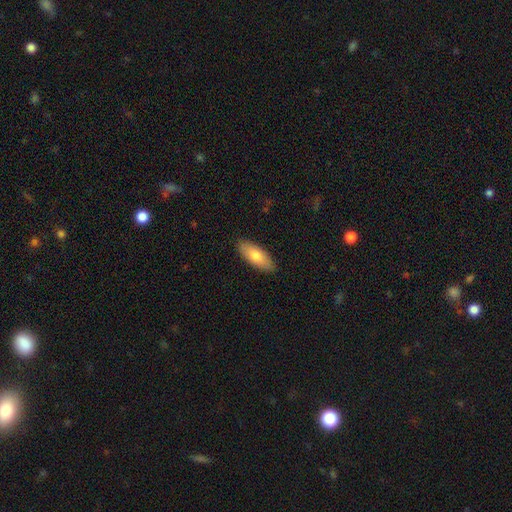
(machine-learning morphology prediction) Smooth or featured? Predicted: smooth (p=0.74). How rounded? Predicted: in between (p=0.80). Merging? Predicted: none (p=0.88).